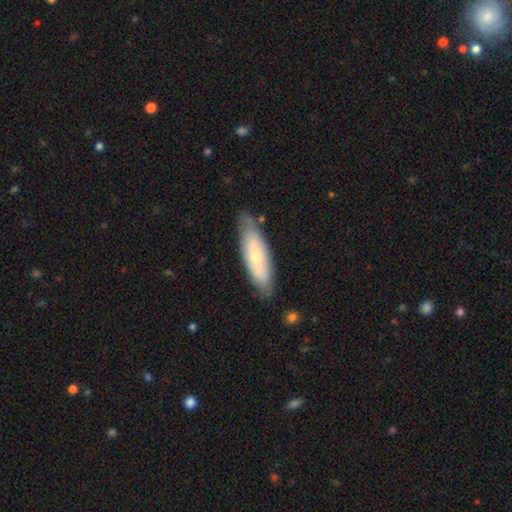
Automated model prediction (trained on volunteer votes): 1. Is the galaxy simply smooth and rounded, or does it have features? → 54% smooth, 40% featured or disk, 6% star or artifact.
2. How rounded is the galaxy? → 54% cigar-shaped, 45% in between, 2% round.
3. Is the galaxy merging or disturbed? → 78% none, 17% minor disturbance, 3% major disturbance, 2% merger.